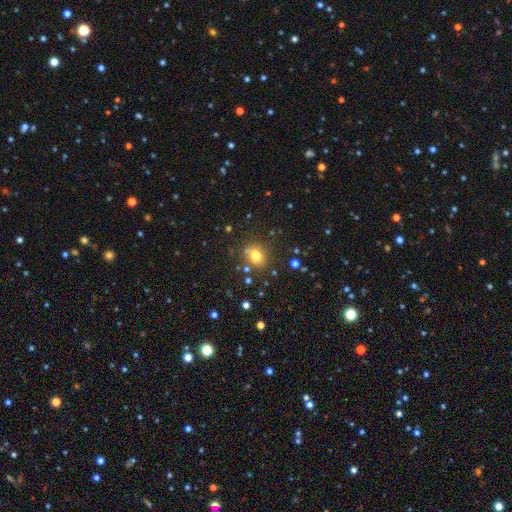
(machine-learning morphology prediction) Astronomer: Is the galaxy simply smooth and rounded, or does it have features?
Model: smooth — 74%.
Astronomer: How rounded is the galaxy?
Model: round — 74%.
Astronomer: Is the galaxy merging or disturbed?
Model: none — 75%.